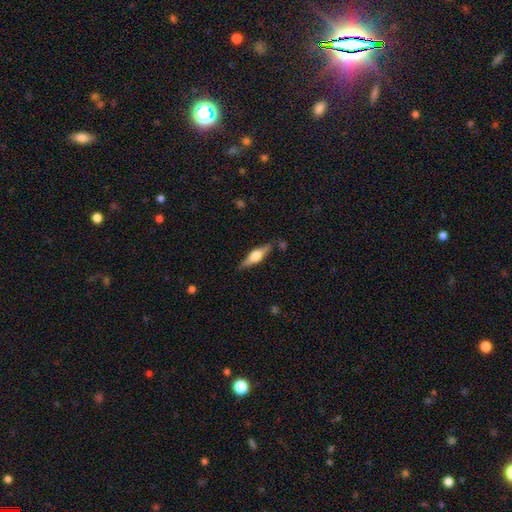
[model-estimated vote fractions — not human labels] A featured or disk galaxy (61%) viewed edge-on (96%) with a rounded central bulge (91%). Merging: none (85%).